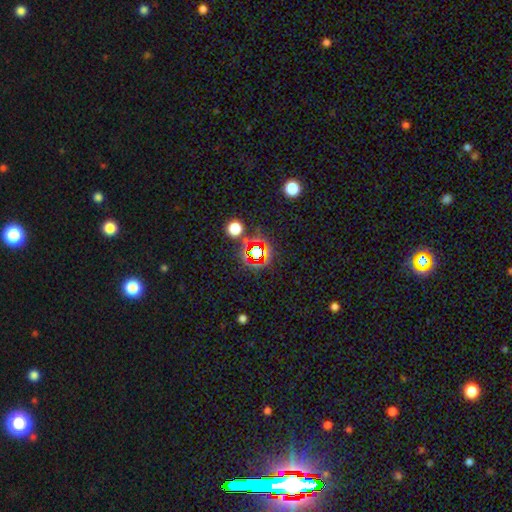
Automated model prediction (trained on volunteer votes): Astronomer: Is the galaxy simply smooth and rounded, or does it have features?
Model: star or artifact — 67%.